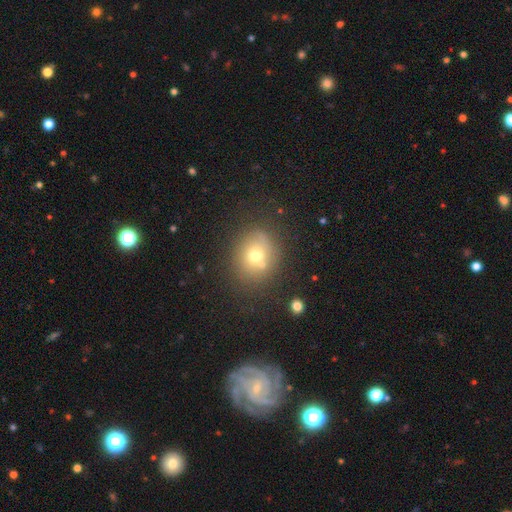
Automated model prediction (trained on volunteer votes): smooth-or-featured: smooth: 67% | featured or disk: 18% | star or artifact: 16%
  how-rounded: round: 69% | in between: 30% | cigar-shaped: 1%
  merging: none: 69% | merger: 13% | minor disturbance: 13% | major disturbance: 5%